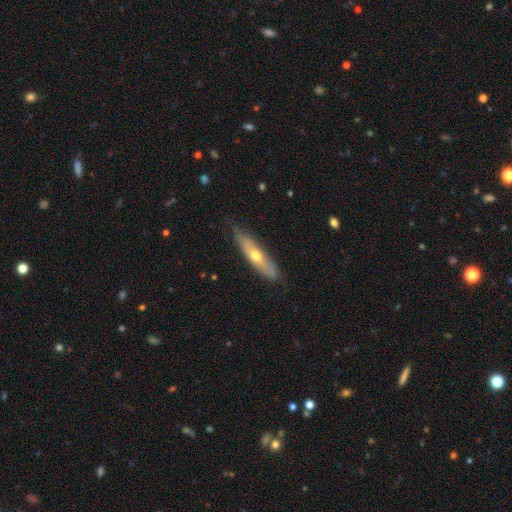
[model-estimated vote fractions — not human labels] featured or disk 50%, smooth 44%, star or artifact 6%. Down the decision tree: edge-on disk — yes (61%); merging — none (75%).